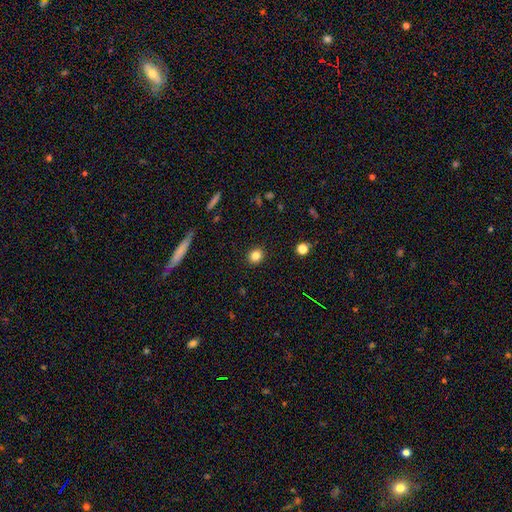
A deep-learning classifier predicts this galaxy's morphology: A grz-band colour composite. It shows a smooth galaxy with no disk features (82%) that is round (80%). Merging: none (91%).